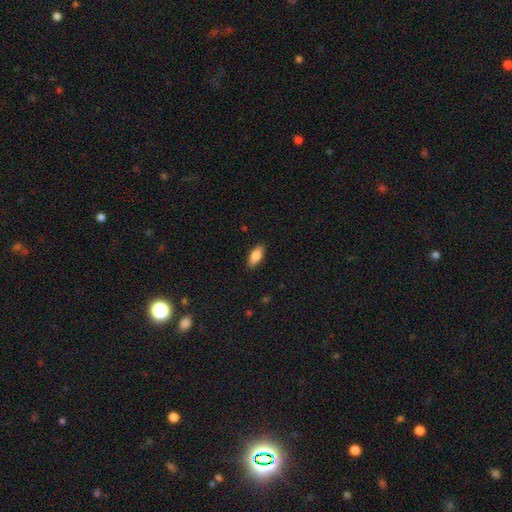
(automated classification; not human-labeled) The model was most divided on "how rounded": in between: 80%, cigar-shaped: 18%, round: 2%. More confident: merging — none (88%); smooth or featured — smooth (80%).